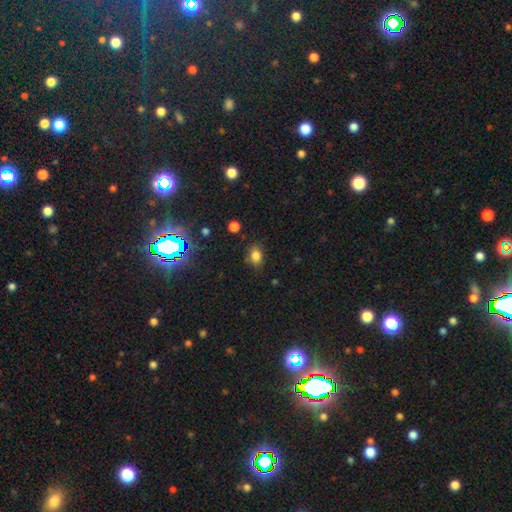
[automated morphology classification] Smooth or featured?
  - smooth: 78% *
  - star or artifact: 16%
  - featured or disk: 6%
How rounded?
  - in between: 70% *
  - round: 29%
  - cigar-shaped: 2%
Merging?
  - none: 77% *
  - minor disturbance: 16%
  - major disturbance: 4%
  - merger: 3%